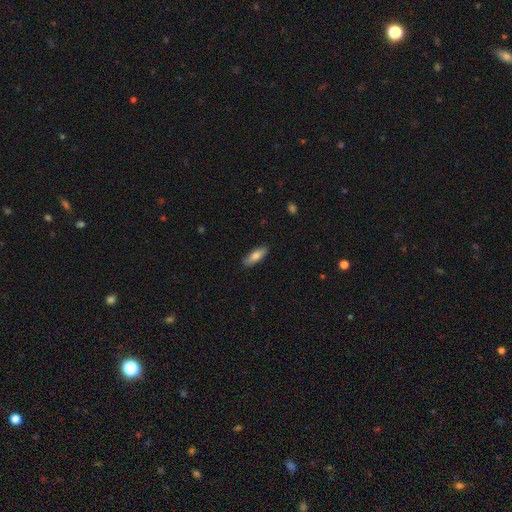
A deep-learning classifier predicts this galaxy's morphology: This is likely a smooth galaxy (77%). How rounded: possibly in between (59%). Merging: clearly none (87%).